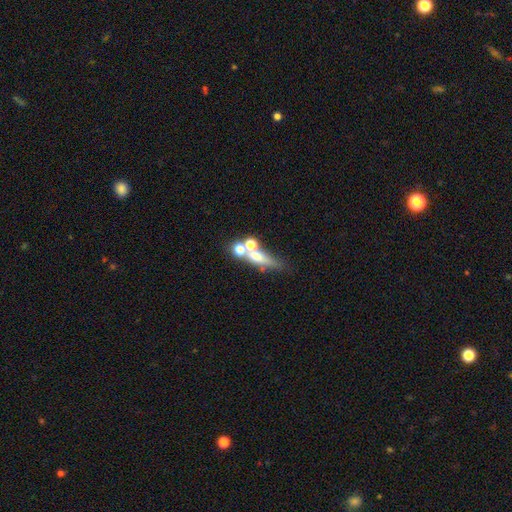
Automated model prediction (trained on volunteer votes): smooth 49%, featured or disk 33%, star or artifact 18%. Down the decision tree: merging — merger (40%, tied with none).